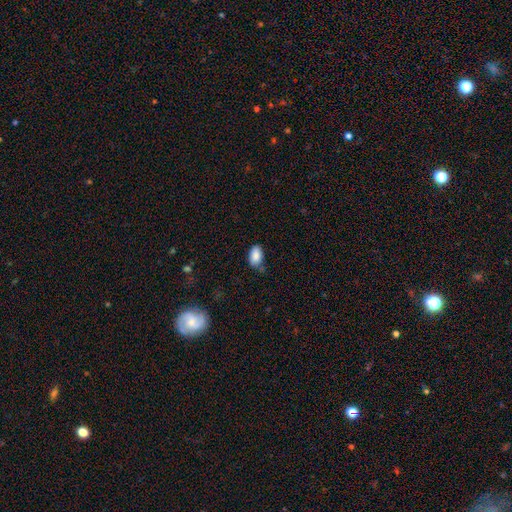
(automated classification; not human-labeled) Morphology: type=smooth (87%); roundness=in between (93%); merging=none (70%).